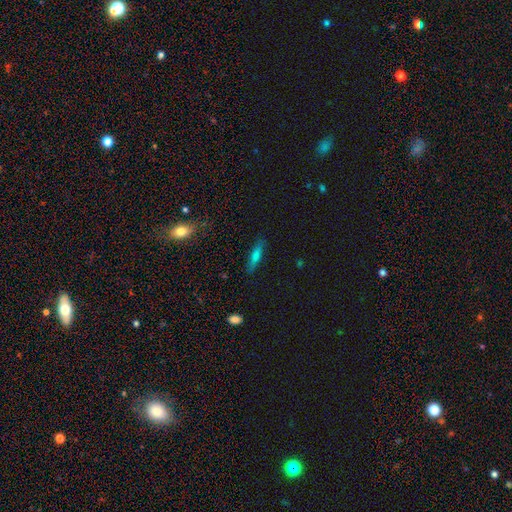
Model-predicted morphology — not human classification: Smooth or featured?
  - smooth: 62% *
  - featured or disk: 29%
  - star or artifact: 9%
How rounded?
  - cigar-shaped: 81% *
  - in between: 17%
  - round: 2%
Merging?
  - none: 87% *
  - minor disturbance: 10%
  - major disturbance: 2%
  - merger: 1%